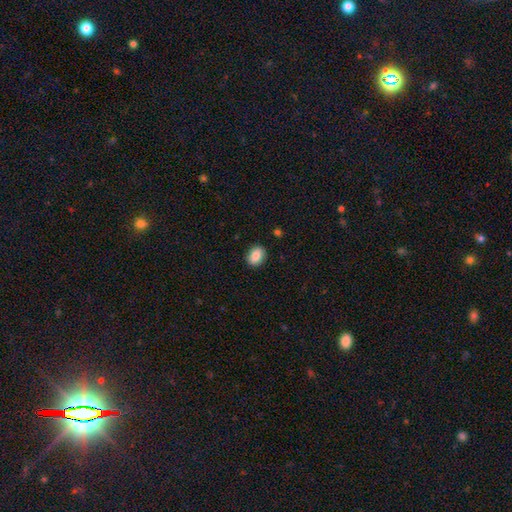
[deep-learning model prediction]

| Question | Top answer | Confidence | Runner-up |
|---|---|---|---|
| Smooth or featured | smooth | 84% | featured or disk (8%) |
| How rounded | in between | 54% | round (45%) |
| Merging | none | 89% | minor disturbance (8%) |